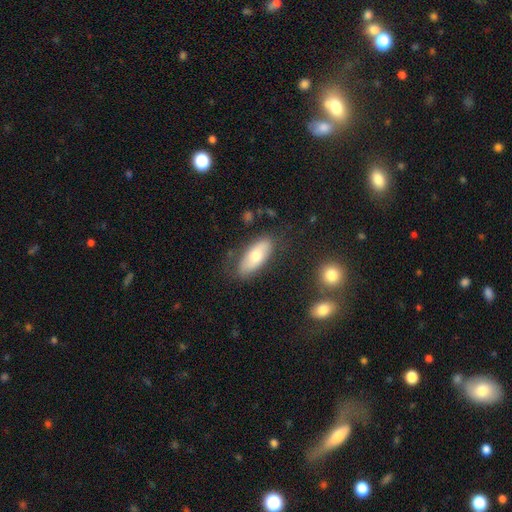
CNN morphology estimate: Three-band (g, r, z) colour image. It shows a smooth galaxy with no disk features (64%) that is in between round and cigar-shaped (83%). Merging: none (77%).